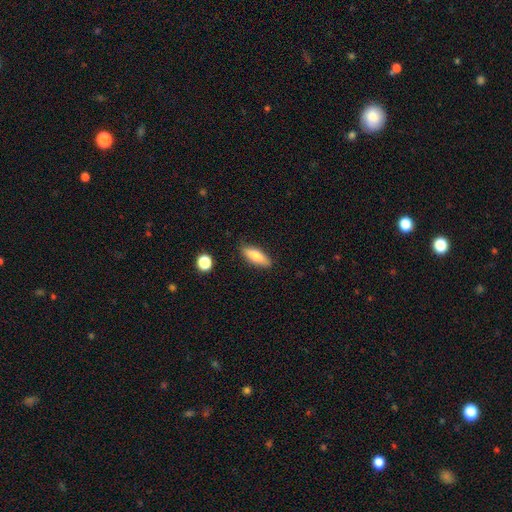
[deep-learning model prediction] Smooth or featured: smooth — 78% (featured or disk — 15%)
How rounded: in between — 60% (cigar-shaped — 38%)
Merging: none — 83% (minor disturbance — 13%)